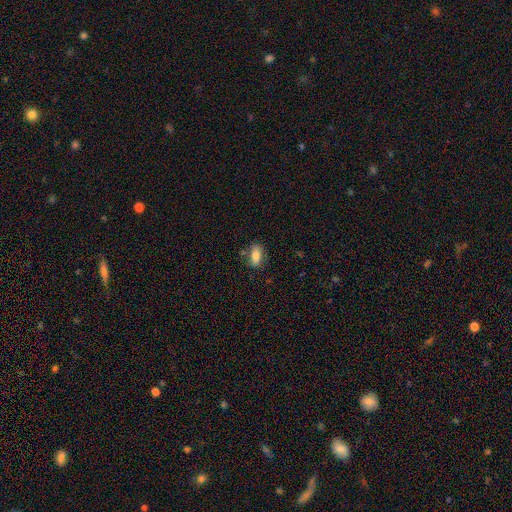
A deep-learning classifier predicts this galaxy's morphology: This appears to be a smooth galaxy with no disk features (76%) that is in between round and cigar-shaped (81%). Merging: none (78%).